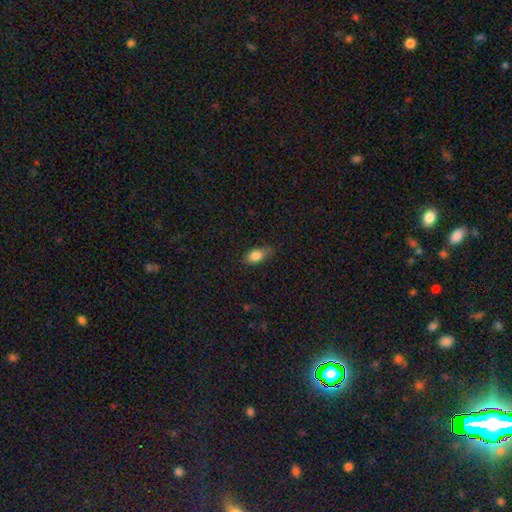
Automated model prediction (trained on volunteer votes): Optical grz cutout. It shows a smooth galaxy with no disk features (84%) that is in between round and cigar-shaped (84%). Merging: none (68%).